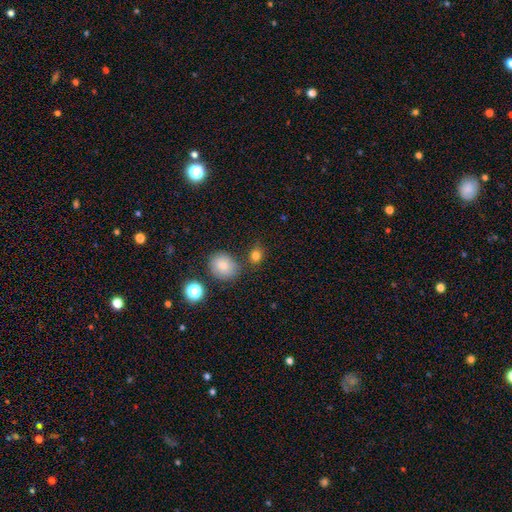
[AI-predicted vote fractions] Smooth or featured?
  - smooth: 82% *
  - star or artifact: 12%
  - featured or disk: 6%
How rounded?
  - round: 53% *
  - in between: 45%
  - cigar-shaped: 2%
Merging?
  - none: 70% *
  - minor disturbance: 14%
  - merger: 11%
  - major disturbance: 4%